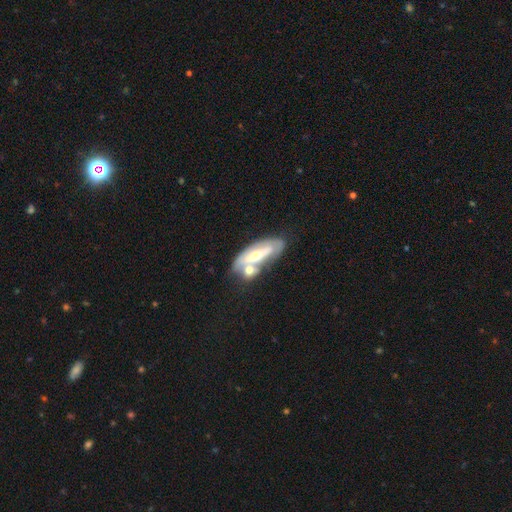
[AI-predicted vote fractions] Morphology: type=featured or disk (57%); edge-on=no (75%); merging=merger (38%, tied with none).